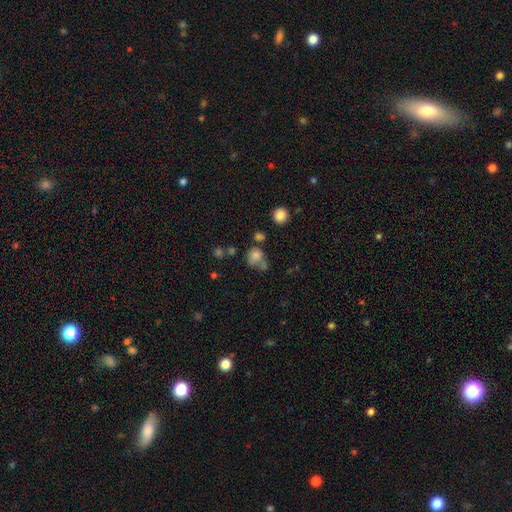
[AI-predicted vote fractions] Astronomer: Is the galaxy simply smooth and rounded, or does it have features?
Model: smooth — 74%.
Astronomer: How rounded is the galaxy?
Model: round — 73%.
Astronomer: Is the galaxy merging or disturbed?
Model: none — 44% (runner-up: merger, 24%).